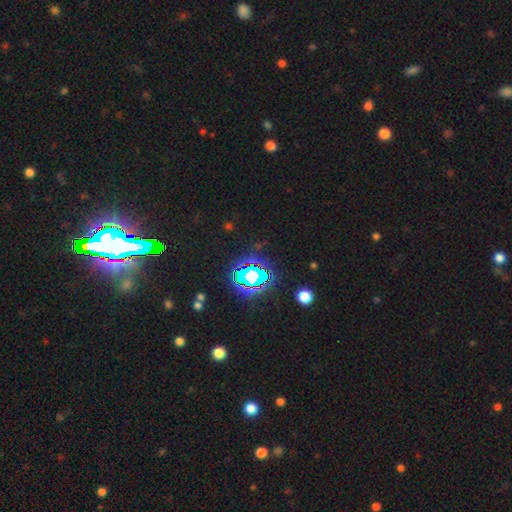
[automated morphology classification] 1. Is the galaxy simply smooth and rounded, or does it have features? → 83% star or artifact, 9% smooth, 8% featured or disk.